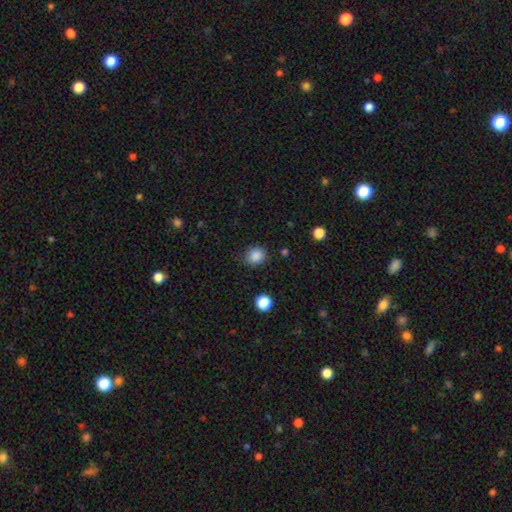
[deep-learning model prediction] Q: Smooth or featured?
A: smooth (86%); runner-up: star or artifact (10%)
Q: How rounded?
A: round (78%); runner-up: in between (21%)
Q: Merging?
A: none (83%); runner-up: minor disturbance (12%)